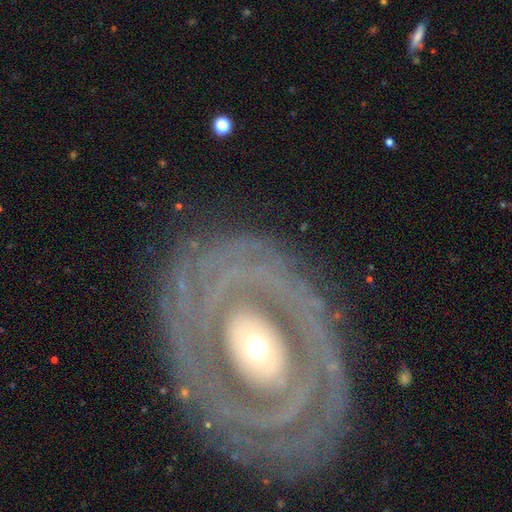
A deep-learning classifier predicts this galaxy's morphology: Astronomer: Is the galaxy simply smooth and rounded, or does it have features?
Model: featured or disk — 86%.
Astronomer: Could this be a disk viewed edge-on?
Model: no — 95%.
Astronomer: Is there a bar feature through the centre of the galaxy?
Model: no — 72%.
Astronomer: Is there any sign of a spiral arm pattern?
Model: yes — 84%.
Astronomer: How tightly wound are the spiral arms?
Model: tight — 80%.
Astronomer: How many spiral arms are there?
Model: can't tell — 33% (runner-up: 2, 25%).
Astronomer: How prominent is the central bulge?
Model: moderate — 59%.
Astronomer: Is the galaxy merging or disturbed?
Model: none — 81%.